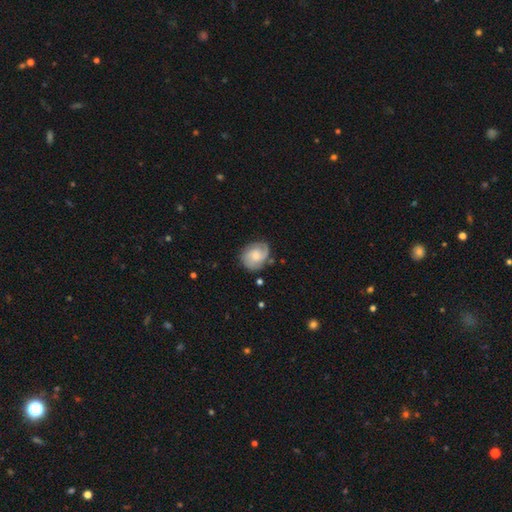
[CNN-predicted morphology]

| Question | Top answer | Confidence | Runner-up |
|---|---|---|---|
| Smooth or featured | featured or disk | 53% | smooth (40%) |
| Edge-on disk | no | 97% | yes (3%) |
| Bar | no | 70% | weak (26%) |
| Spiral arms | yes | 89% | no (11%) |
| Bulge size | moderate | 45% | small (32%) |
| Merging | none | 69% | minor disturbance (21%) |